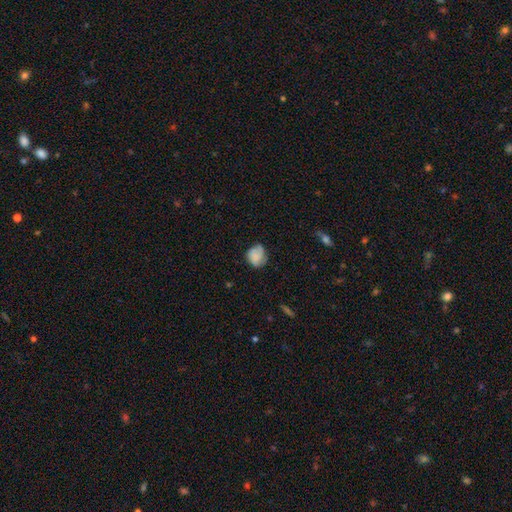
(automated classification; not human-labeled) Smooth or featured: smooth — 75% (featured or disk — 16%)
How rounded: round — 66% (in between — 33%)
Merging: none — 59% (minor disturbance — 30%)